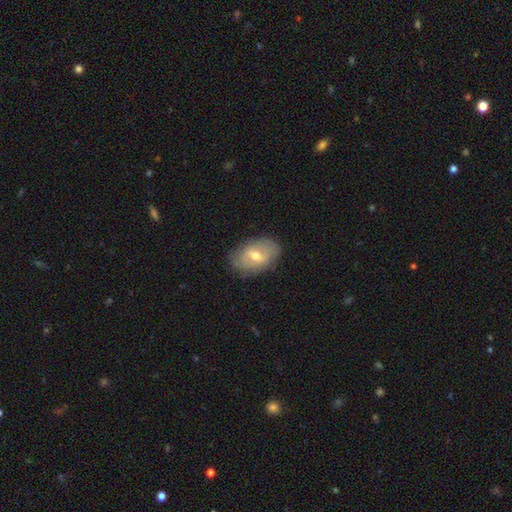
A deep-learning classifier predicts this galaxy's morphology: This appears to be a featured or disk galaxy (50%). Merging: none (79%).